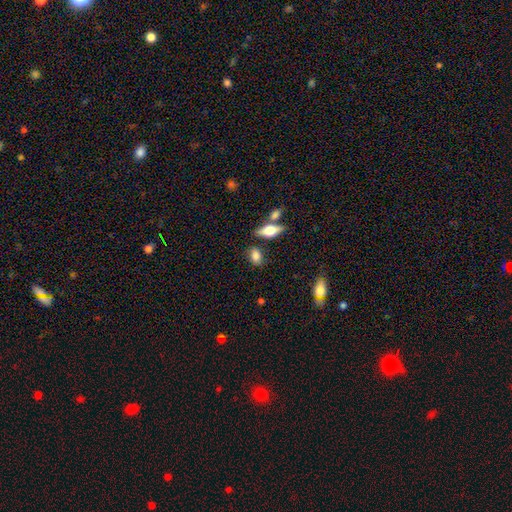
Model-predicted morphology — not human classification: This is likely a smooth galaxy (77%). How rounded: likely in between (78%). Merging: likely none (72%).